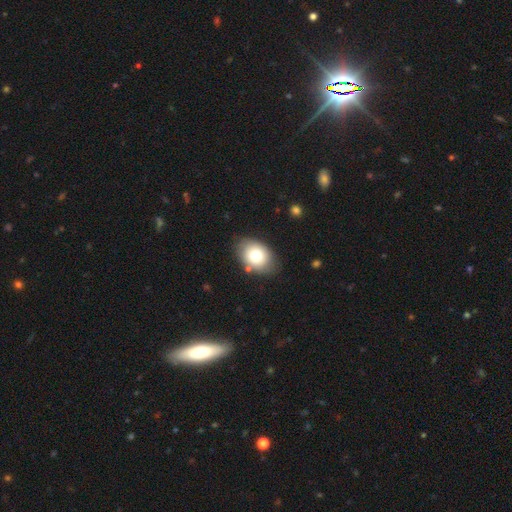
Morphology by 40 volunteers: Smooth or featured: smooth — 62% (featured or disk — 28%)
How rounded: in between — 80% (round — 16%)
Merging: none — 86% (minor disturbance — 14%)